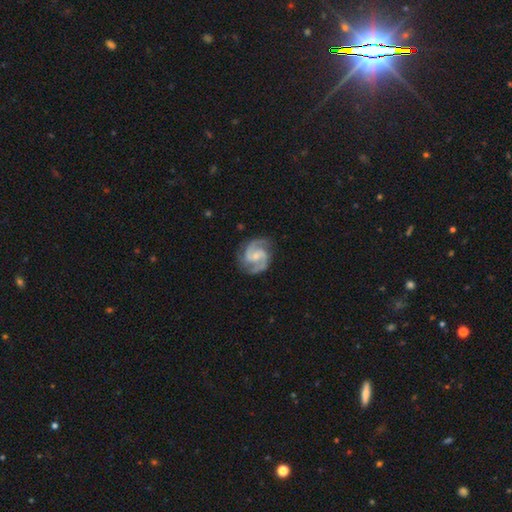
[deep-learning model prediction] Smooth or featured?
  - featured or disk: 92% *
  - smooth: 4%
  - star or artifact: 4%
Edge-on disk?
  - no: 98% *
  - yes: 2%
Bar?
  - no: 47% *
  - weak: 43%
  - strong: 11%
Spiral arms?
  - yes: 98% *
  - no: 2%
Spiral winding?
  - medium: 60% *
  - tight: 29%
  - loose: 11%
Spiral arm count?
  - 2: 87% *
  - 3: 7%
  - can't tell: 2%
  - 1: 1%
  - 4: 1%
  - more than 4: 1%
Bulge size?
  - small: 62% *
  - moderate: 30%
  - none: 6%
  - large: 1%
  - dominant: 1%
Merging?
  - none: 81% *
  - minor disturbance: 14%
  - major disturbance: 4%
  - merger: 1%